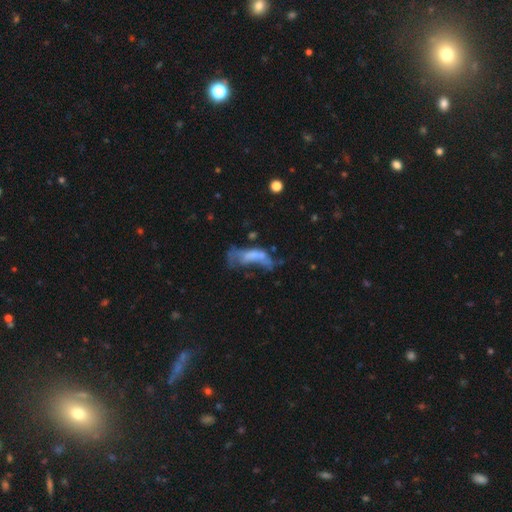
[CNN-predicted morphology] Q: Smooth or featured?
A: smooth (45%); runner-up: featured or disk (41%)
Q: Merging?
A: major disturbance (49%); runner-up: merger (19%)